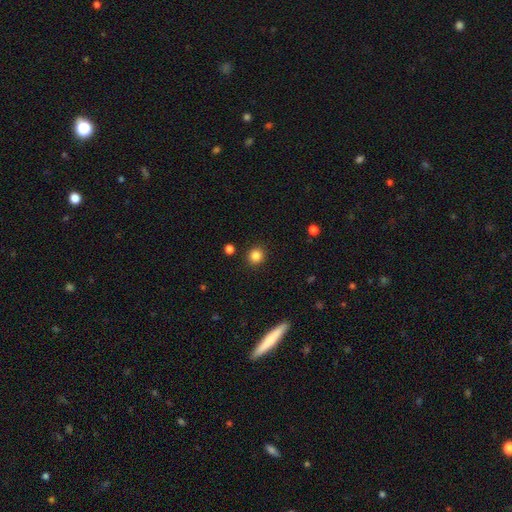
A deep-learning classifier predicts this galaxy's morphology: This appears to be a smooth galaxy with no disk features (84%) that is round (89%). Merging: none (91%).